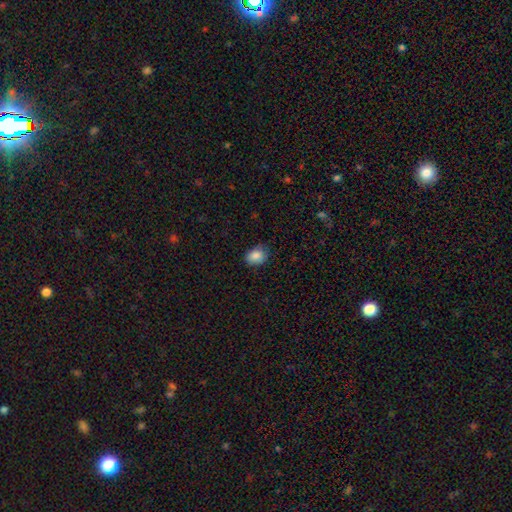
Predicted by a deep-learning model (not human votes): smooth_or_featured: smooth (p=0.86) [alt: star or artifact p=0.09]
how_rounded: in between (p=0.62) [alt: round p=0.37]
merging: none (p=0.75) [alt: minor disturbance p=0.20]